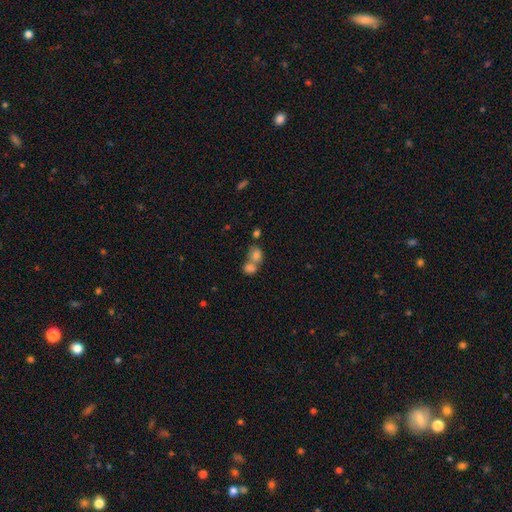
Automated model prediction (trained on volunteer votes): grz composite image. It shows a smooth galaxy with no disk features (78%) that is round (58%). Merging: merger (56%).